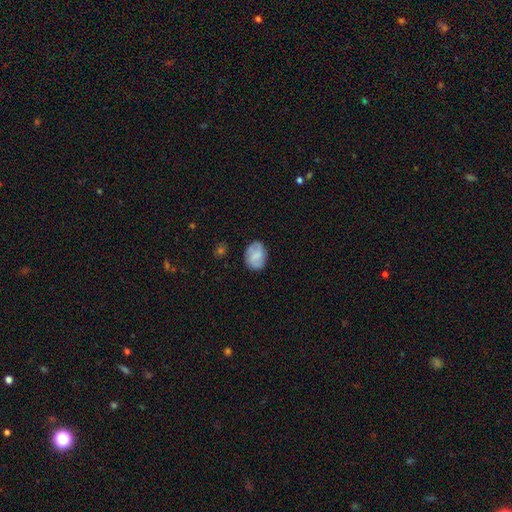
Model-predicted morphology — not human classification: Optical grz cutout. It shows a smooth galaxy with no disk features (63%) that is in between round and cigar-shaped (64%). Merging: none (77%).